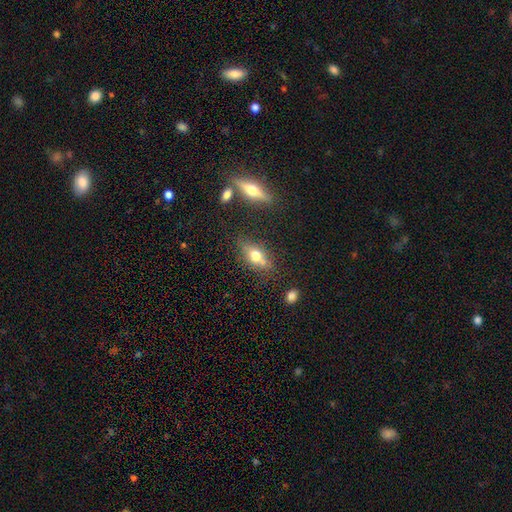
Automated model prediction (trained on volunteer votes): A smooth galaxy with no disk features (62%) that is in between round and cigar-shaped (72%). Merging: none (63%).